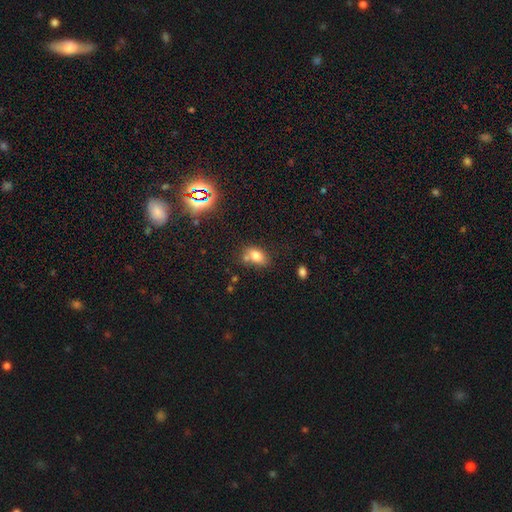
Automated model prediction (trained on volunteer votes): The model was most divided on "merging": none: 53%, merger: 24%, minor disturbance: 17%, major disturbance: 6%. More confident: how rounded — in between (81%); smooth or featured — smooth (76%).